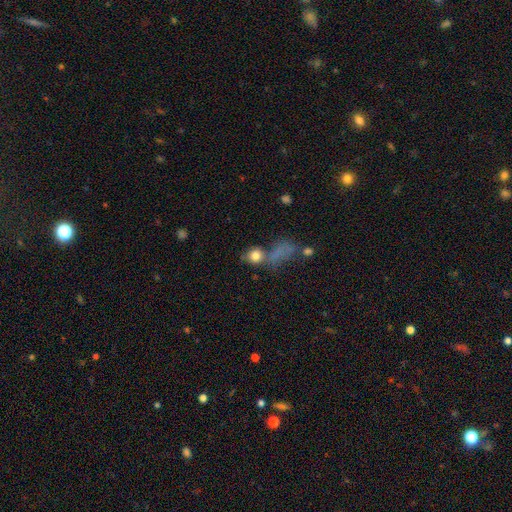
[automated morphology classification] Overall: smooth (76%). How rounded: round (67%; in between 29%). Merging: none (39%; merger 26%).